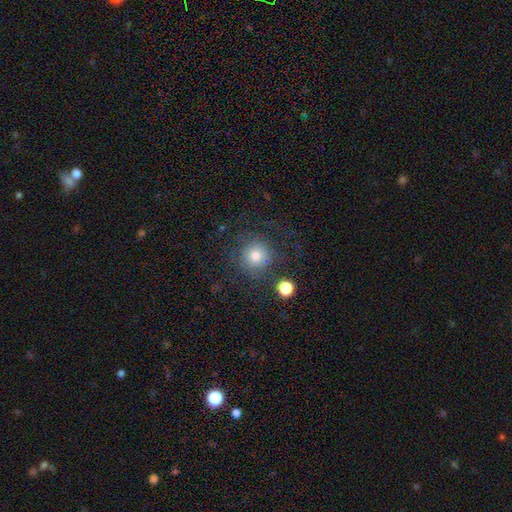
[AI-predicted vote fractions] This appears to be a smooth galaxy with no disk features (76%) that is round (94%). Merging: none (79%).